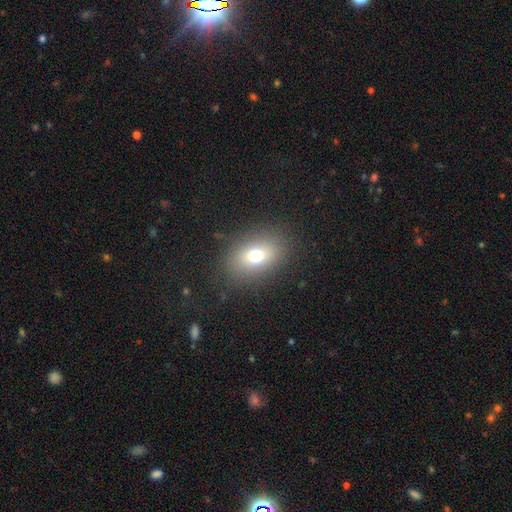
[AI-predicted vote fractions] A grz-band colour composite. It shows a smooth galaxy with no disk features (70%) that is in between round and cigar-shaped (69%). Merging: none (84%).